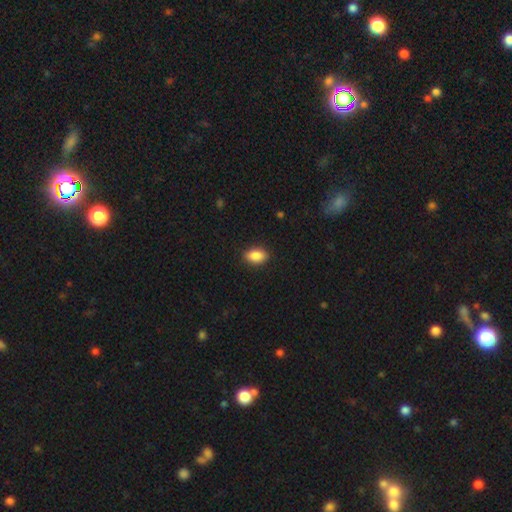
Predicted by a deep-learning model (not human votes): A smooth galaxy with no disk features (88%) that is in between round and cigar-shaped (88%).

Vote fractions:
- Smooth or featured? smooth: 88% / star or artifact: 7% / featured or disk: 4%
- How rounded? in between: 88% / round: 10% / cigar-shaped: 2%
- Merging? none: 89% / minor disturbance: 8% / major disturbance: 2% / merger: 1%